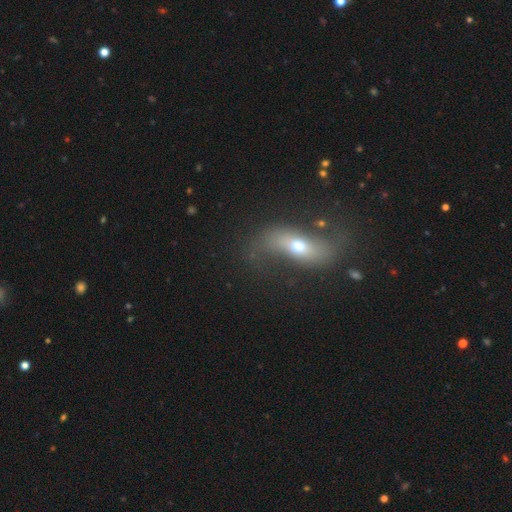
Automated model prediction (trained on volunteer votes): Smooth or featured: featured or disk — 68% (smooth — 22%)
Edge-on disk: no — 82% (yes — 18%)
Bar: no — 46% (weak — 27%)
Spiral arms: yes — 79% (no — 21%)
Bulge size: moderate — 57% (small — 33%)
Merging: none — 64% (minor disturbance — 19%)